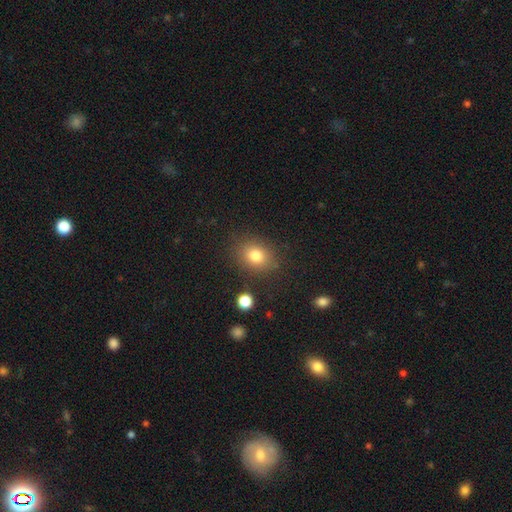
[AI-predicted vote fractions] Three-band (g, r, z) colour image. It shows a smooth galaxy with no disk features (80%) that is round (52%). Merging: none (83%).